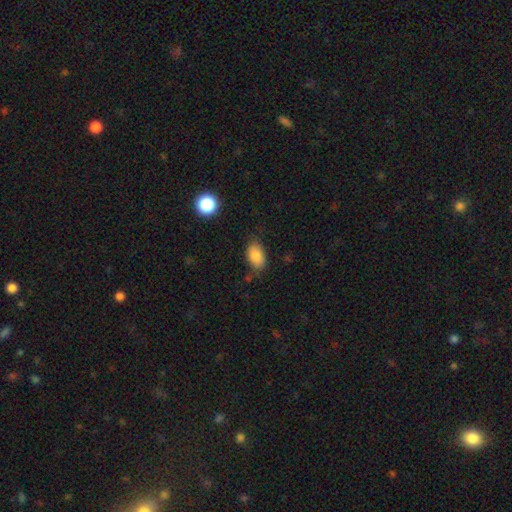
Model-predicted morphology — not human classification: A smooth galaxy with no disk features (85%) that is in between round and cigar-shaped (89%).

Vote fractions:
- Smooth or featured? smooth: 85% / star or artifact: 8% / featured or disk: 6%
- How rounded? in between: 89% / round: 9% / cigar-shaped: 2%
- Merging? none: 73% / minor disturbance: 20% / major disturbance: 5% / merger: 3%